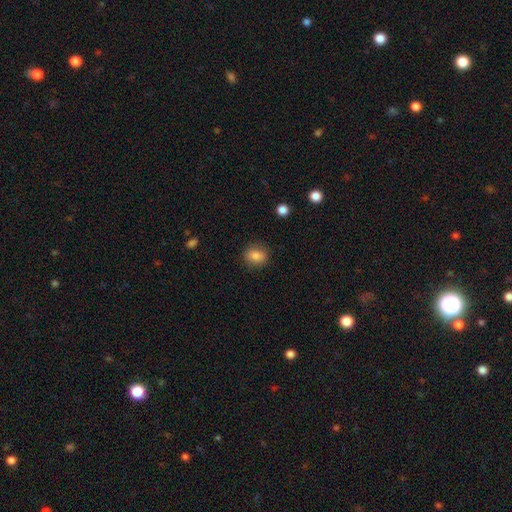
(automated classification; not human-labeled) smooth-or-featured: smooth: 84% | star or artifact: 9% | featured or disk: 6%
  how-rounded: round: 59% | in between: 40% | cigar-shaped: 1%
  merging: none: 86% | minor disturbance: 10% | major disturbance: 3% | merger: 1%